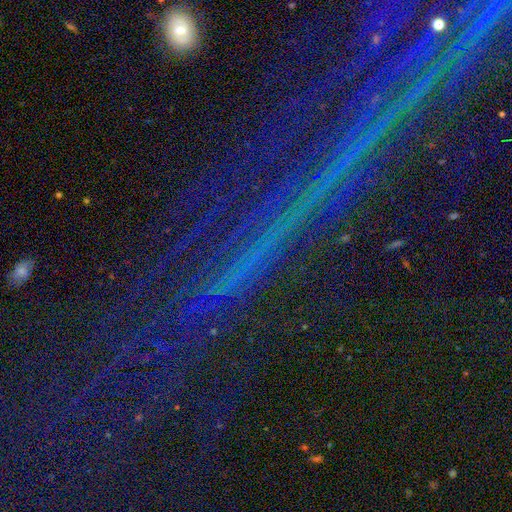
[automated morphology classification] Smooth or featured: star or artifact — 84% (featured or disk — 10%)